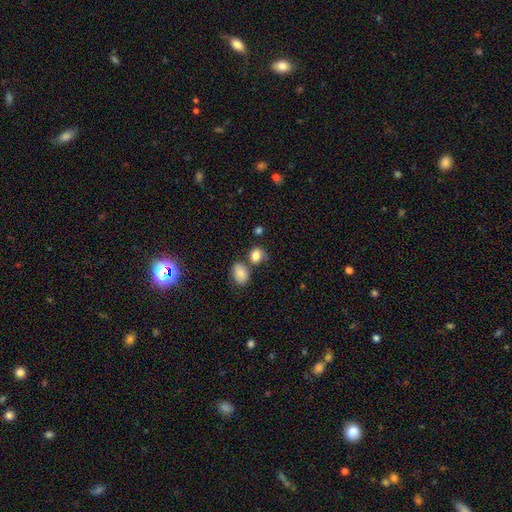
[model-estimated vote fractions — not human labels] smooth-or-featured: smooth: 83% | star or artifact: 9% | featured or disk: 8%
  how-rounded: round: 52% | in between: 47% | cigar-shaped: 1%
  merging: none: 55% | merger: 23% | minor disturbance: 17% | major disturbance: 6%